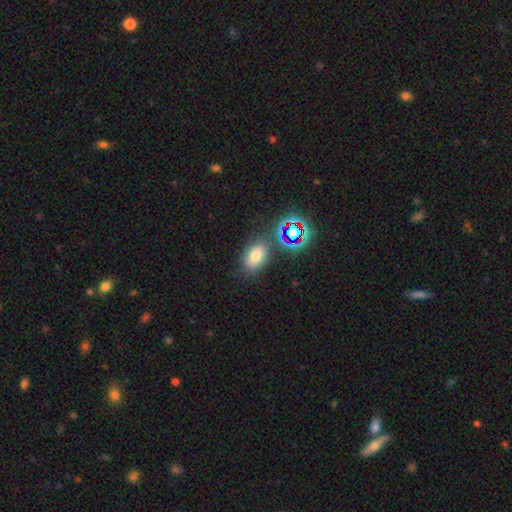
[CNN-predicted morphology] type=smooth (68%); roundness=in between (85%); merging=none (77%).